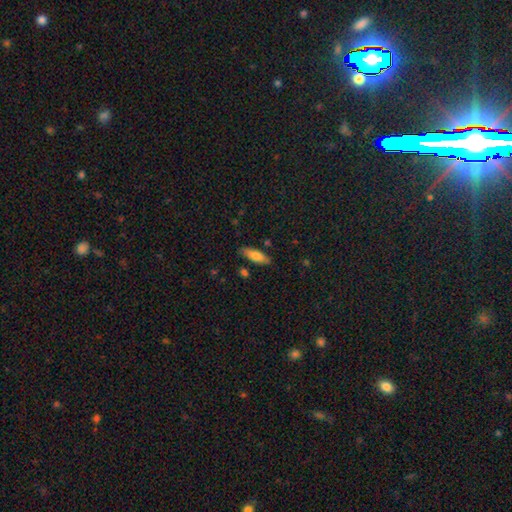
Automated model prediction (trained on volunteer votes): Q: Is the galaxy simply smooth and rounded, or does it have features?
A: smooth — 74%.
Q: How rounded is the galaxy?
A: in between — 52%.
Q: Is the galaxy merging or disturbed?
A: none — 83%.